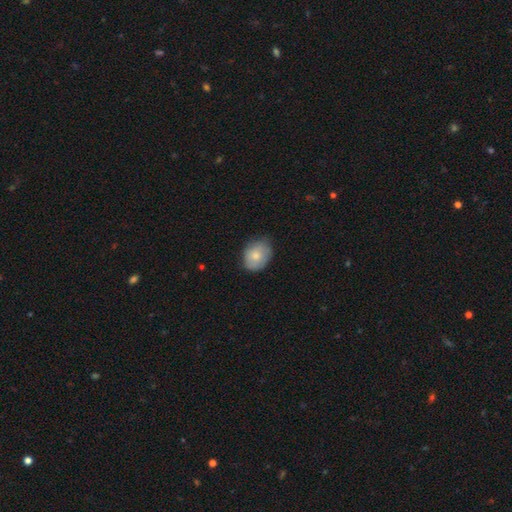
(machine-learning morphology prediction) A smooth galaxy with no disk features (76%) that is in between round and cigar-shaped (61%). Merging: none (68%).